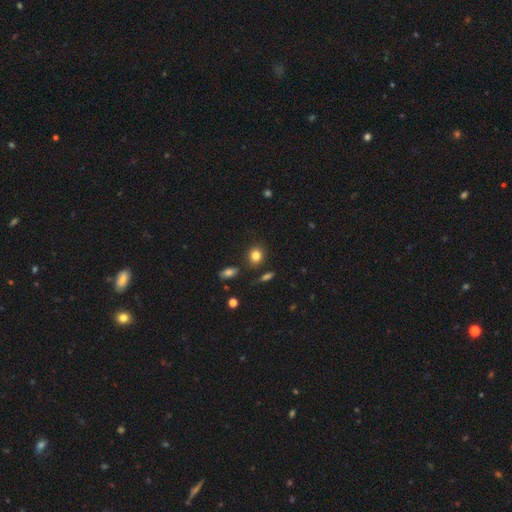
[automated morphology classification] smooth_or_featured: smooth (p=0.83) [alt: star or artifact p=0.10]
how_rounded: round (p=0.66) [alt: in between p=0.32]
merging: none (p=0.81) [alt: minor disturbance p=0.11]